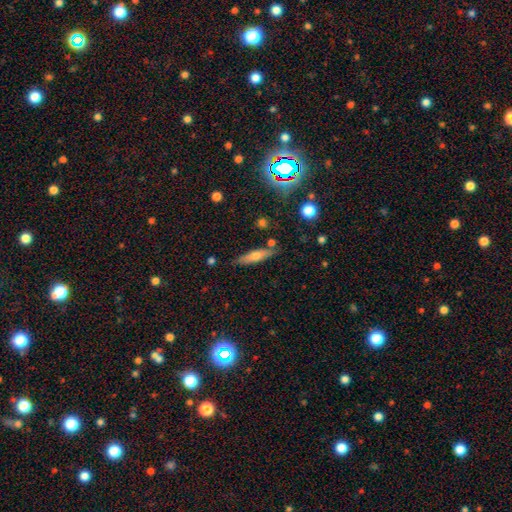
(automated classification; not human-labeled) smooth-or-featured: smooth: 49% | featured or disk: 40% | star or artifact: 11%
  merging: none: 81% | minor disturbance: 12% | merger: 4% | major disturbance: 3%